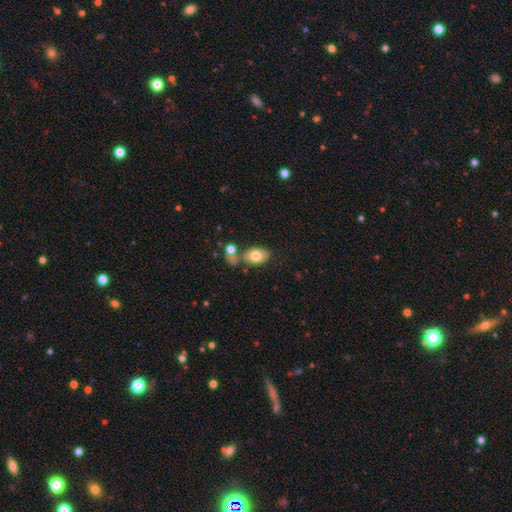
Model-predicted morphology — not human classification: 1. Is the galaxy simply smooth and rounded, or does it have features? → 75% smooth, 18% featured or disk, 7% star or artifact.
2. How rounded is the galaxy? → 87% in between, 12% round, 1% cigar-shaped.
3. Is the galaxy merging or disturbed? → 55% none, 24% merger, 15% minor disturbance, 6% major disturbance.